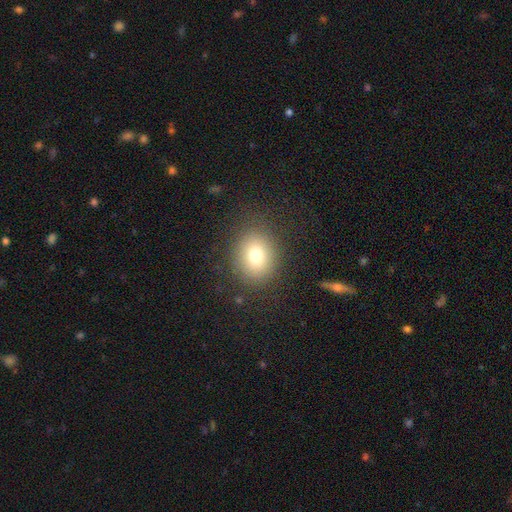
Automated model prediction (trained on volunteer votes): The model was most divided on "how rounded": round: 67%, in between: 32%, cigar-shaped: 1%. More confident: merging — none (84%); smooth or featured — smooth (76%).